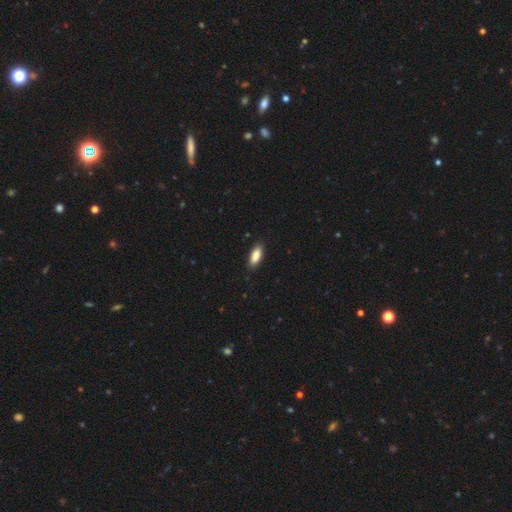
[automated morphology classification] Smooth or featured?
  - smooth: 88% *
  - featured or disk: 6%
  - star or artifact: 6%
How rounded?
  - in between: 78% *
  - cigar-shaped: 20%
  - round: 2%
Merging?
  - none: 88% *
  - minor disturbance: 10%
  - major disturbance: 2%
  - merger: 1%